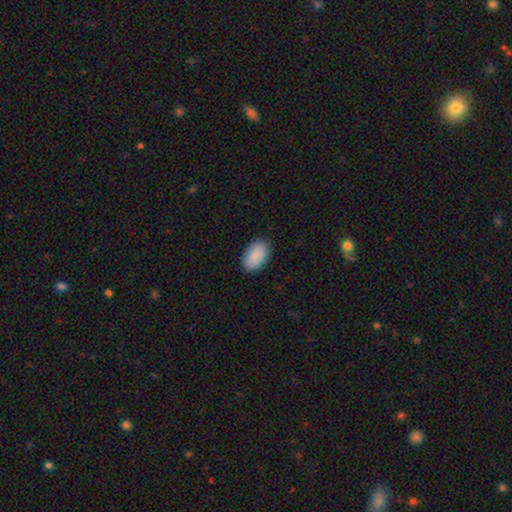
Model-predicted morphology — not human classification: Smooth or featured?
  - smooth: 88% *
  - featured or disk: 6%
  - star or artifact: 6%
How rounded?
  - in between: 93% *
  - round: 5%
  - cigar-shaped: 1%
Merging?
  - none: 87% *
  - minor disturbance: 10%
  - major disturbance: 2%
  - merger: 1%